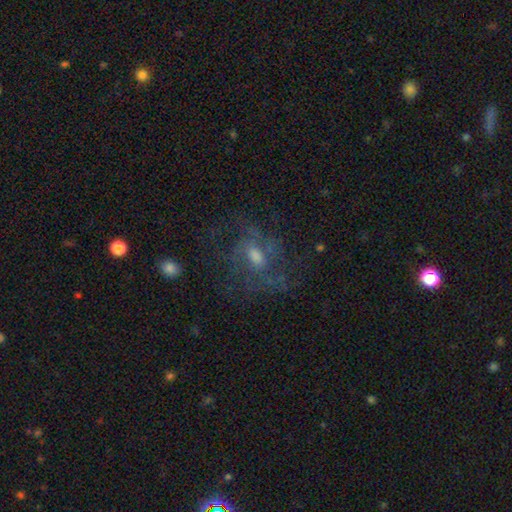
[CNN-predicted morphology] type=featured or disk (60%); edge-on=no (96%); bar=no (52%); spiral arms=yes (67%); bulge=moderate (54%); merging=none (52%).